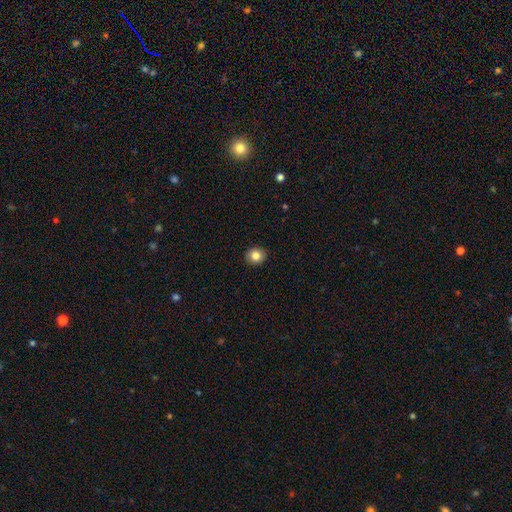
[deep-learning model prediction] smooth 83%, star or artifact 9%, featured or disk 7%. Down the decision tree: how rounded — round (77%); merging — none (91%).